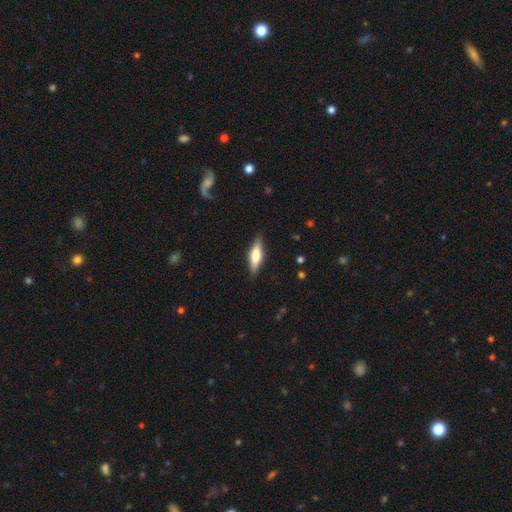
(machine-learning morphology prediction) A smooth galaxy with no disk features (55%) that is cigar-shaped (55%). Merging: none (85%).